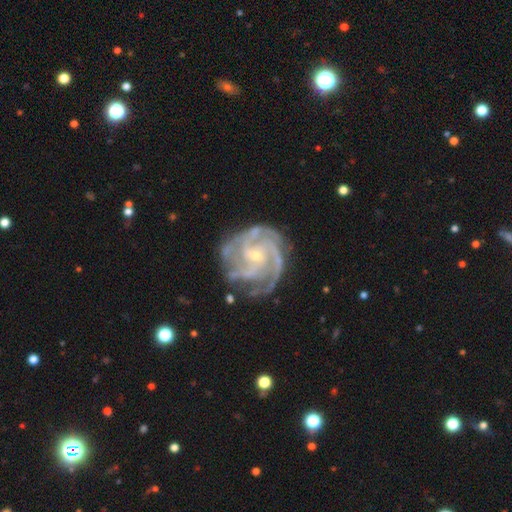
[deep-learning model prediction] Smooth or featured? Predicted: featured or disk (p=0.90). Edge-on disk? Predicted: no (p=0.98). Bar? Predicted: no (p=0.51). Spiral arms? Predicted: yes (p=0.98). Spiral winding? Predicted: tight (p=0.58). Spiral arm count? Predicted: 3 (p=0.32). Bulge size? Predicted: small (p=0.75). Merging? Predicted: none (p=0.69).